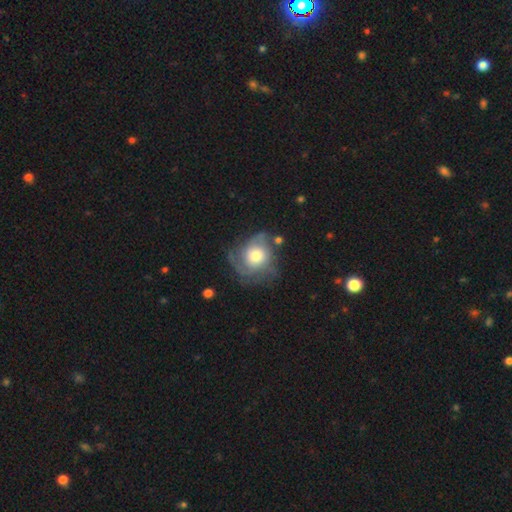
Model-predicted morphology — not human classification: smooth_or_featured: featured or disk (p=0.66) [alt: smooth p=0.27]
disk_edge_on: no (p=0.97) [alt: yes p=0.03]
bar: no (p=0.80) [alt: weak p=0.17]
has_spiral_arms: yes (p=0.86) [alt: no p=0.14]
spiral_winding: tight (p=0.43) [alt: medium p=0.38]
spiral_arm_count: can't tell (p=0.36) [alt: 3 p=0.21]
bulge_size: moderate (p=0.48) [alt: large p=0.38]
merging: none (p=0.58) [alt: minor disturbance p=0.22]